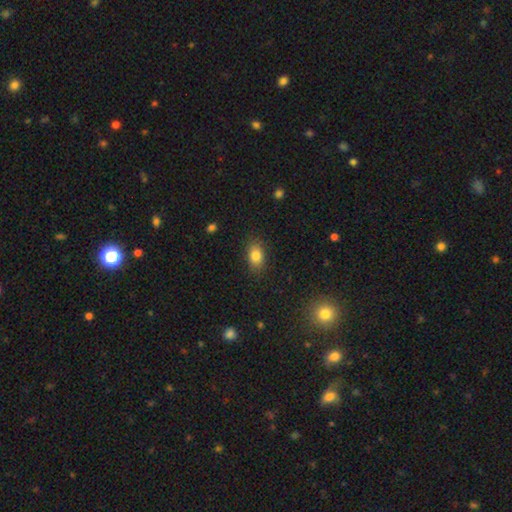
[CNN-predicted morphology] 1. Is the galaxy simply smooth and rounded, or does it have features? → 83% smooth, 9% star or artifact, 8% featured or disk.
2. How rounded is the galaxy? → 83% in between, 15% round, 2% cigar-shaped.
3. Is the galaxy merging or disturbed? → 85% none, 11% minor disturbance, 3% major disturbance, 1% merger.